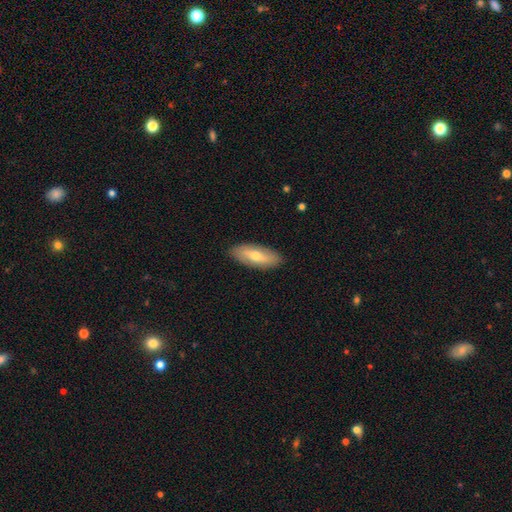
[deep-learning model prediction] Morphology: type=smooth (60%); roundness=in between (72%); merging=none (88%).